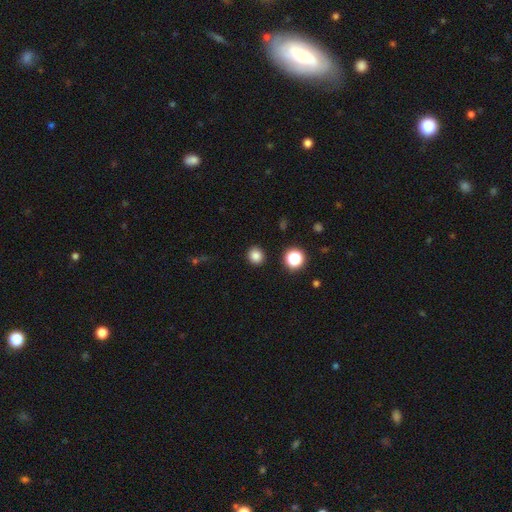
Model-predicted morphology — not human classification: Smooth or featured: smooth — 83% (star or artifact — 13%)
How rounded: round — 84% (in between — 15%)
Merging: none — 91% (minor disturbance — 5%)